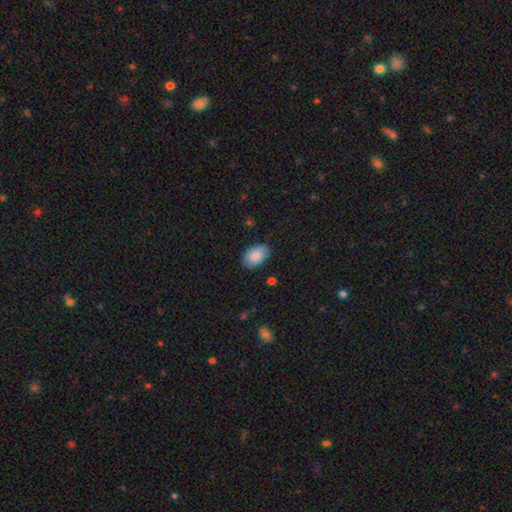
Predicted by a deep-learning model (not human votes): A smooth galaxy with no disk features (85%) that is in between round and cigar-shaped (91%).

Vote fractions:
- Smooth or featured? smooth: 85% / featured or disk: 8% / star or artifact: 6%
- How rounded? in between: 91% / round: 8% / cigar-shaped: 1%
- Merging? none: 81% / minor disturbance: 15% / major disturbance: 3% / merger: 1%